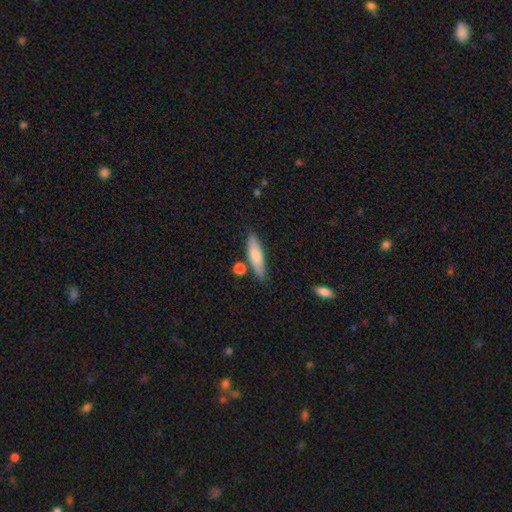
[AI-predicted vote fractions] smooth-or-featured: smooth: 75% | featured or disk: 19% | star or artifact: 6%
  how-rounded: cigar-shaped: 57% | in between: 41% | round: 2%
  merging: none: 77% | minor disturbance: 13% | merger: 7% | major disturbance: 3%